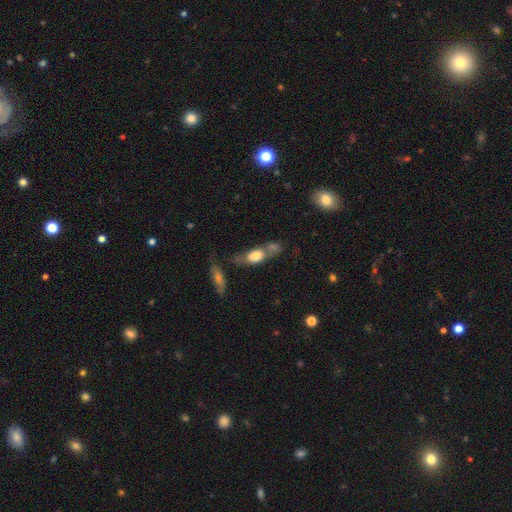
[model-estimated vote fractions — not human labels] Morphology: type=smooth (66%); roundness=in between (68%); merging=merger (40%).